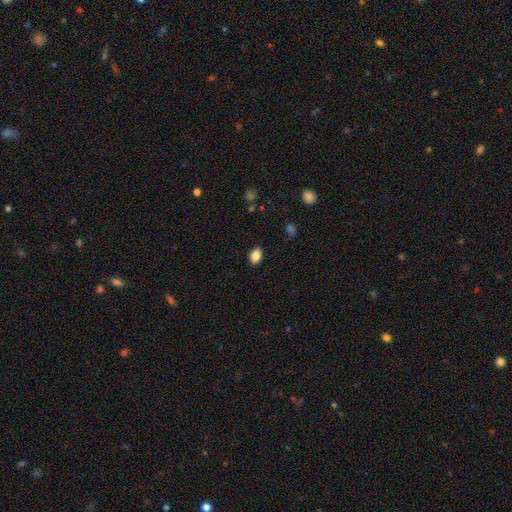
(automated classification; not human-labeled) Morphology: type=smooth (86%); roundness=in between (85%); merging=none (88%).